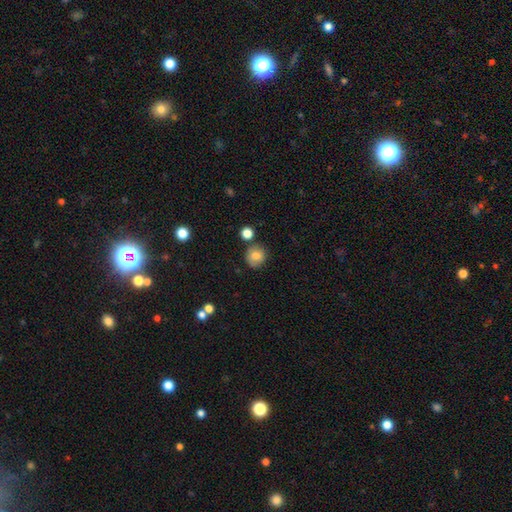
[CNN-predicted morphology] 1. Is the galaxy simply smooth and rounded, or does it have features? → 80% smooth, 10% star or artifact, 10% featured or disk.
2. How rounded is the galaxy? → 83% round, 16% in between, 1% cigar-shaped.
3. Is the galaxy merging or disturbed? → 77% none, 12% minor disturbance, 7% merger, 3% major disturbance.